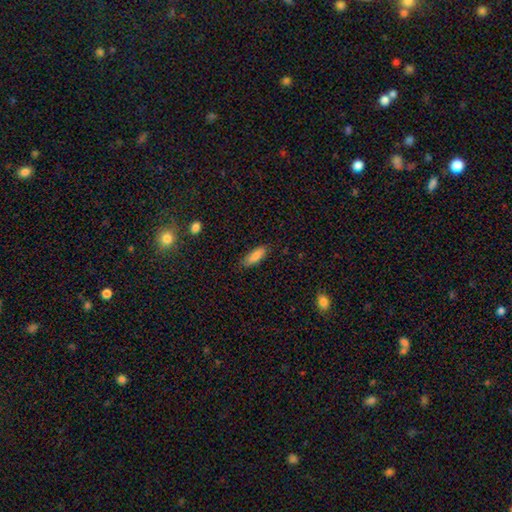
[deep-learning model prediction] smooth 83%, featured or disk 11%, star or artifact 7%. Down the decision tree: how rounded — in between (66%); merging — none (82%).